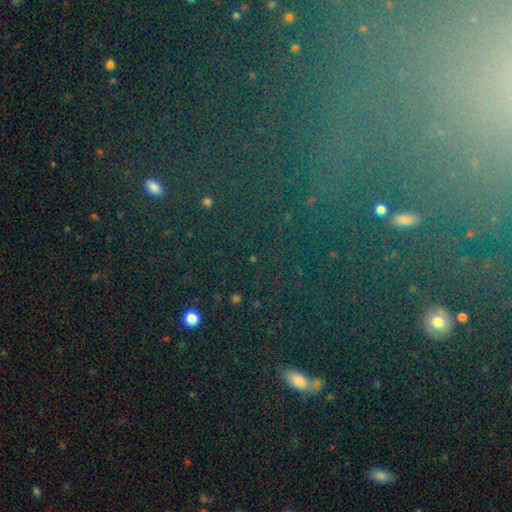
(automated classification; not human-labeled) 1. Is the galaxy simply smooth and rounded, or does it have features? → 64% star or artifact, 22% smooth, 14% featured or disk.